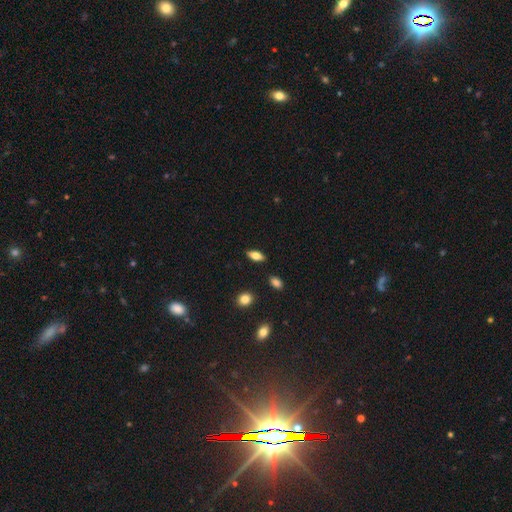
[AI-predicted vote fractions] This is likely a smooth galaxy (69%). How rounded: clearly in between (81%). Merging: clearly none (87%).